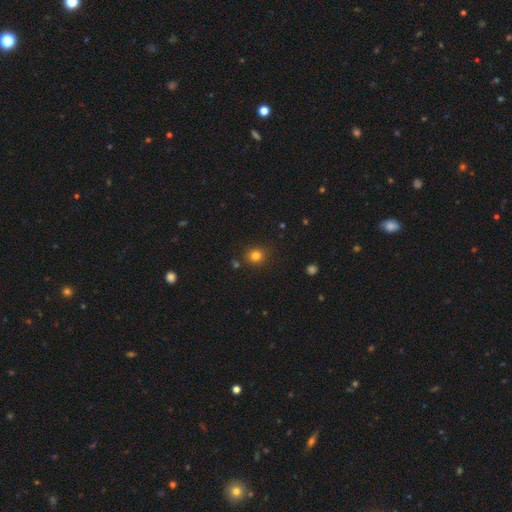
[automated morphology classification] smooth_or_featured: smooth (p=0.80) [alt: star or artifact p=0.14]
how_rounded: round (p=0.80) [alt: in between p=0.19]
merging: none (p=0.85) [alt: minor disturbance p=0.09]